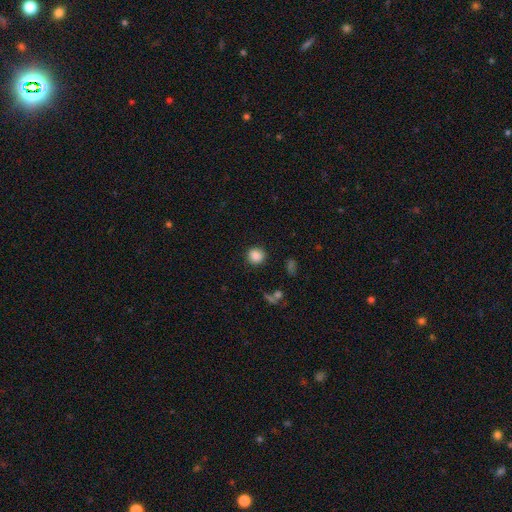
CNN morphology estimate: smooth_or_featured: smooth (p=0.86) [alt: star or artifact p=0.10]
how_rounded: round (p=0.86) [alt: in between p=0.13]
merging: none (p=0.87) [alt: minor disturbance p=0.09]